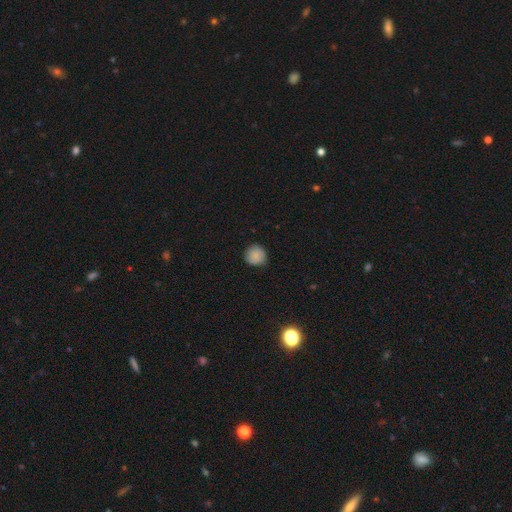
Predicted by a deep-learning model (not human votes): Morphology: type=smooth (86%); roundness=round (94%); merging=none (87%).